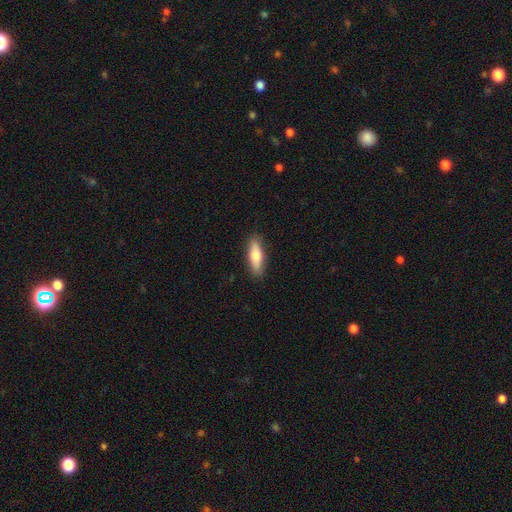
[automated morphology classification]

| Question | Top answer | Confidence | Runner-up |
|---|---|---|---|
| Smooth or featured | smooth | 67% | featured or disk (27%) |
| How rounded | cigar-shaped | 50% | in between (47%) |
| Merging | none | 88% | minor disturbance (9%) |